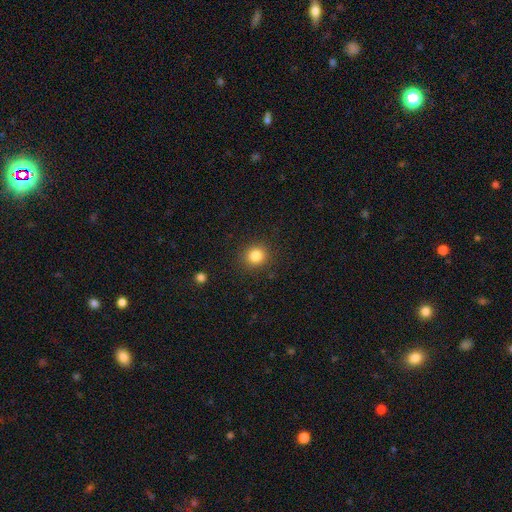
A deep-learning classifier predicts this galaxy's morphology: Smooth or featured? Predicted: smooth (p=0.83). How rounded? Predicted: round (p=0.86). Merging? Predicted: none (p=0.89).